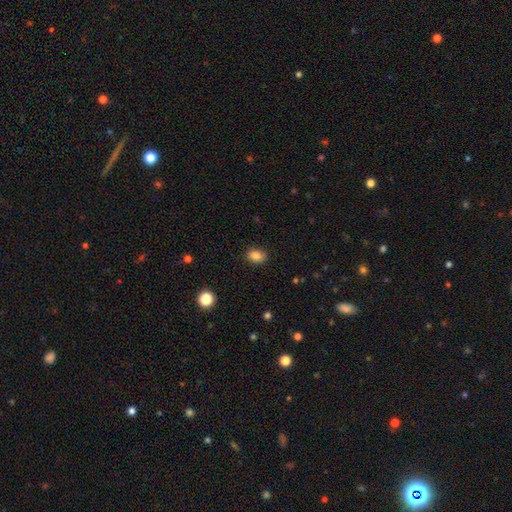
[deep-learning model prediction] smooth 86%, star or artifact 10%, featured or disk 4%. Down the decision tree: how rounded — in between (70%); merging — none (88%).